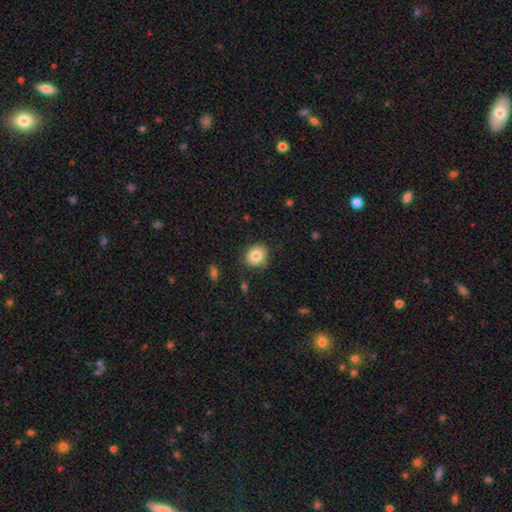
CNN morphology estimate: This is clearly a smooth galaxy (83%). How rounded: likely round (68%). Merging: clearly none (80%).